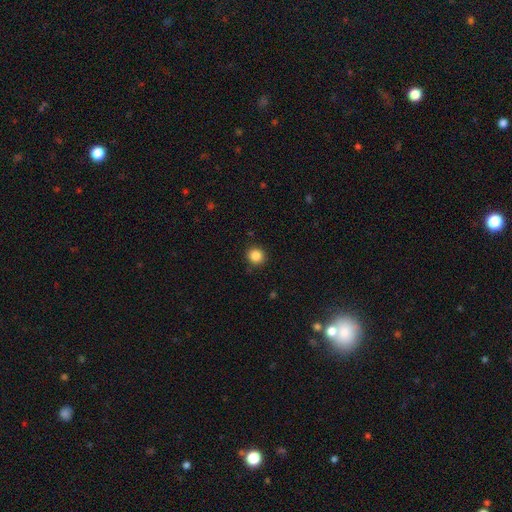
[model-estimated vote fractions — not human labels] Overall: smooth (86%). How rounded: round (92%). Merging: none (90%).